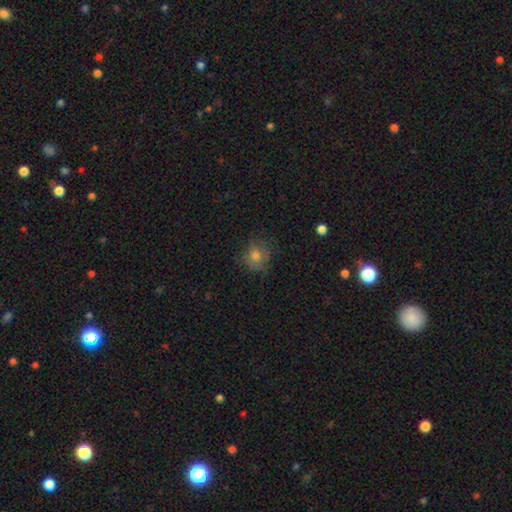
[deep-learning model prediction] smooth_or_featured: smooth (p=0.71) [alt: star or artifact p=0.15]
how_rounded: round (p=0.85) [alt: in between p=0.14]
merging: none (p=0.77) [alt: minor disturbance p=0.16]